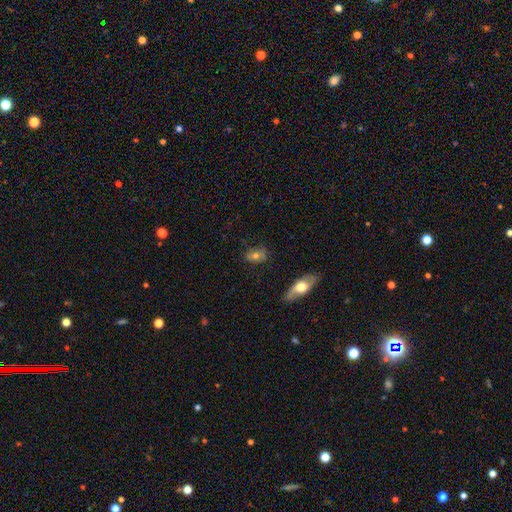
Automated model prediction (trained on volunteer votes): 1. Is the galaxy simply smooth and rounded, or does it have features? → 61% smooth, 28% featured or disk, 11% star or artifact.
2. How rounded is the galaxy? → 68% in between, 28% round, 4% cigar-shaped.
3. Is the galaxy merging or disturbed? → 77% none, 16% minor disturbance, 4% major disturbance, 2% merger.